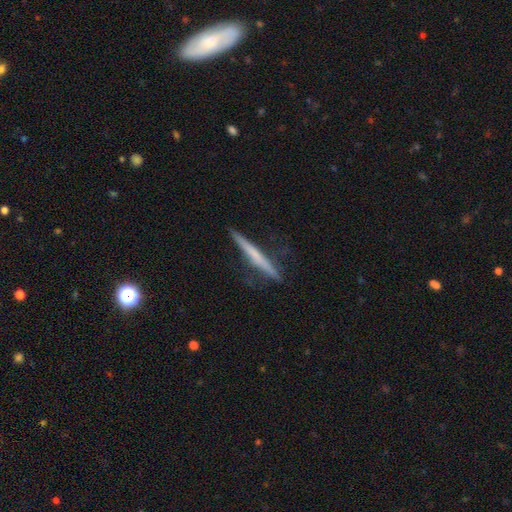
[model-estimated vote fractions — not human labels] A featured or disk galaxy (51%) viewed edge-on (97%).

Vote fractions:
- Smooth or featured? featured or disk: 51% / smooth: 43% / star or artifact: 6%
- Edge-on disk? yes: 97% / no: 3%
- Merging? none: 84% / minor disturbance: 12% / major disturbance: 3% / merger: 2%